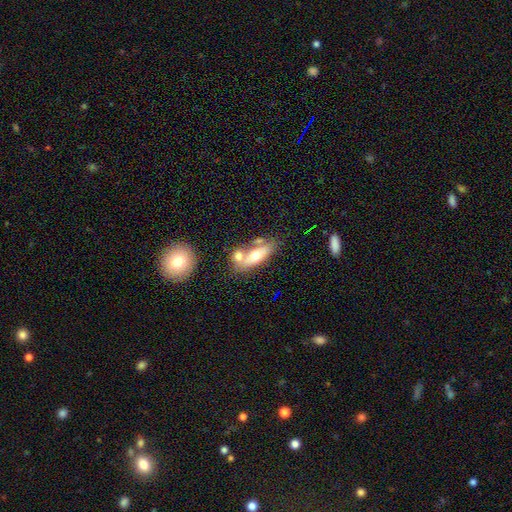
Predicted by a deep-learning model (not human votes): Overall: smooth (58%; featured or disk 34%). How rounded: in between (66%; cigar-shaped 29%). Merging: none (46%; merger 35%).